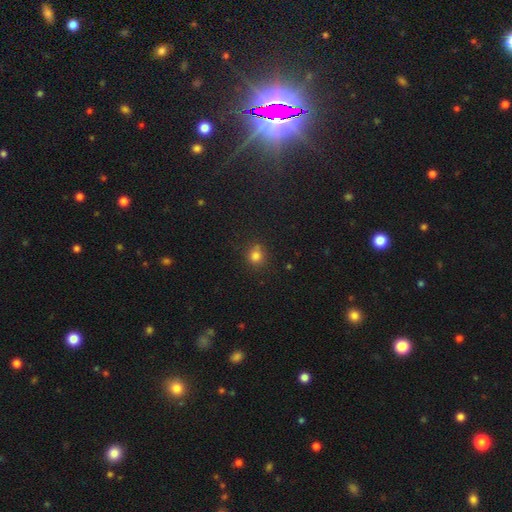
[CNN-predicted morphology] Smooth or featured?
  - smooth: 79% *
  - star or artifact: 14%
  - featured or disk: 6%
How rounded?
  - round: 80% *
  - in between: 19%
  - cigar-shaped: 1%
Merging?
  - none: 71% *
  - minor disturbance: 17%
  - merger: 7%
  - major disturbance: 5%